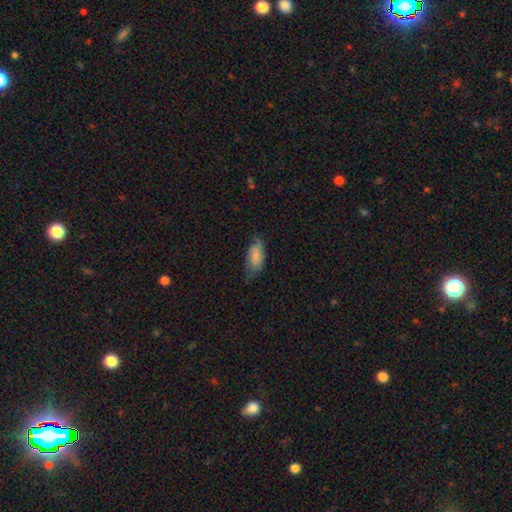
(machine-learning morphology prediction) This appears to be a smooth galaxy with no disk features (74%) that is in between round and cigar-shaped (89%). Merging: none (55%).